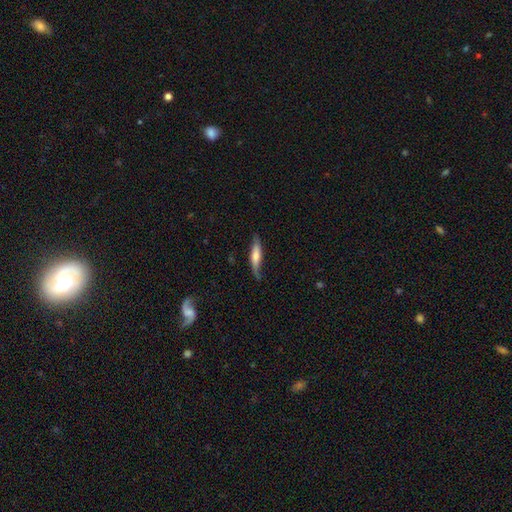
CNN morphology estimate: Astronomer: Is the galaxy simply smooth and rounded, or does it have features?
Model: smooth — 50% (runner-up: featured or disk, 44%).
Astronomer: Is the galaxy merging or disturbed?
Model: none — 64%.